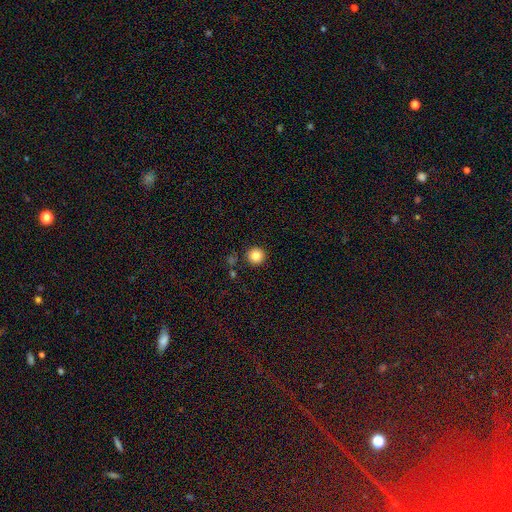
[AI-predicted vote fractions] Smooth or featured?
  - smooth: 85% *
  - star or artifact: 10%
  - featured or disk: 5%
How rounded?
  - round: 96% *
  - in between: 3%
  - cigar-shaped: 1%
Merging?
  - none: 90% *
  - minor disturbance: 6%
  - merger: 3%
  - major disturbance: 2%